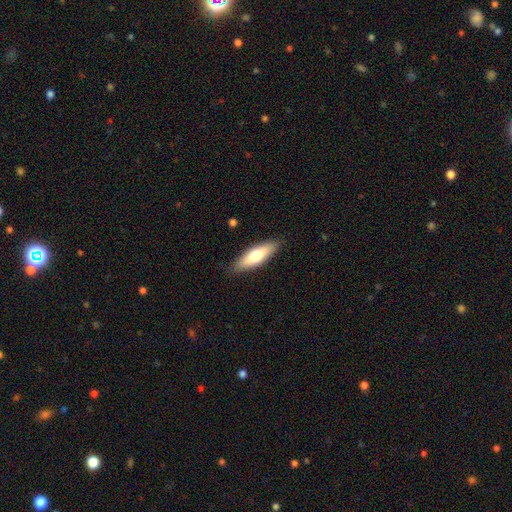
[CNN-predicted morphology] Overall: smooth (65%; featured or disk 29%). How rounded: cigar-shaped (51%; in between 47%). Merging: none (87%).